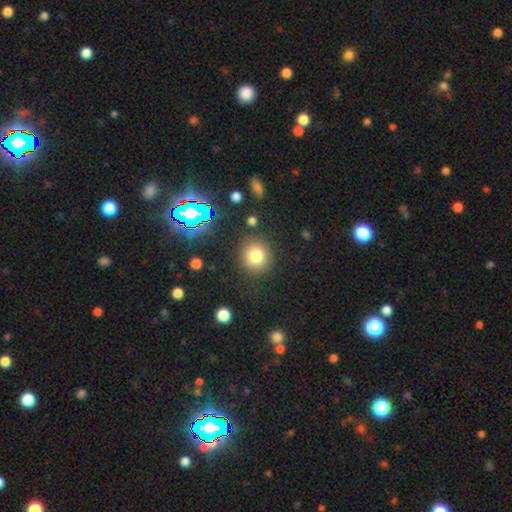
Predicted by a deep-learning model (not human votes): This is likely a smooth galaxy (77%). How rounded: clearly round (89%). Merging: clearly none (84%).